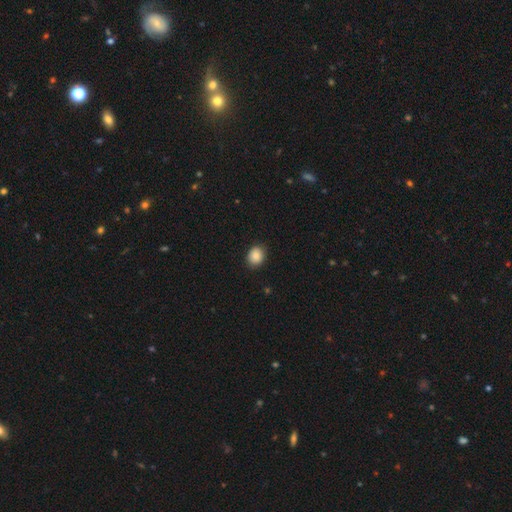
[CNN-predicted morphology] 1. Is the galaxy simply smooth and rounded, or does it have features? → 87% smooth, 9% star or artifact, 5% featured or disk.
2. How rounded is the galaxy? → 57% round, 42% in between, 1% cigar-shaped.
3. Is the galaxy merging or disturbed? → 87% none, 10% minor disturbance, 2% major disturbance, 1% merger.